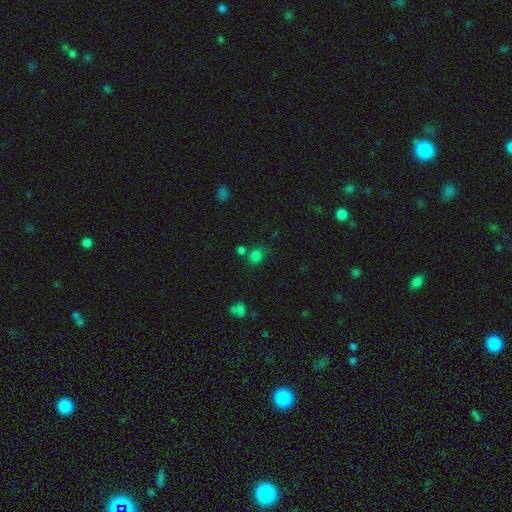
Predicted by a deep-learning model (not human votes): Morphology: type=smooth (77%); roundness=round (75%); merging=none (65%).